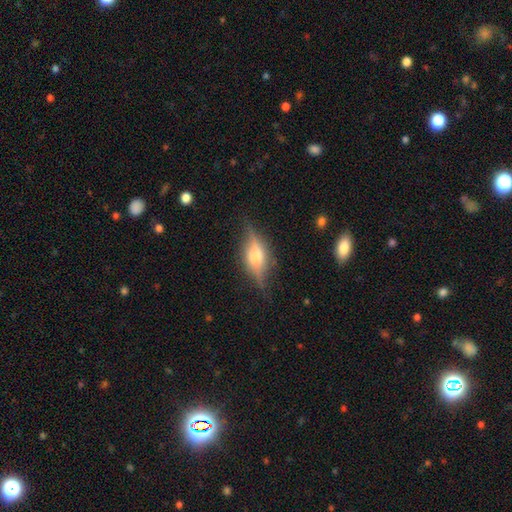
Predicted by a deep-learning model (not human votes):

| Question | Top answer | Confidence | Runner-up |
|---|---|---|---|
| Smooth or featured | featured or disk | 66% | smooth (26%) |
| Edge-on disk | yes | 89% | no (11%) |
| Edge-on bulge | rounded | 87% | boxy (10%) |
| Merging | none | 74% | minor disturbance (19%) |